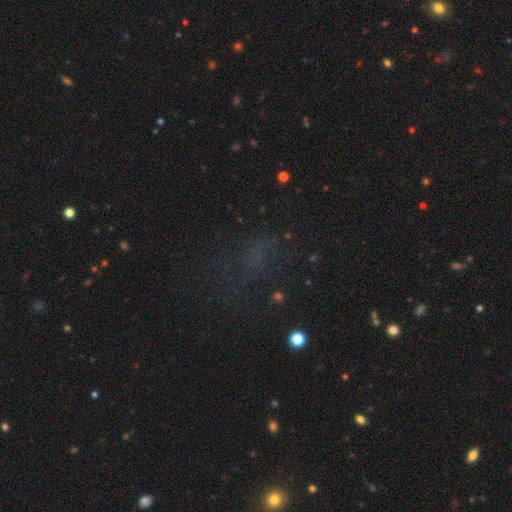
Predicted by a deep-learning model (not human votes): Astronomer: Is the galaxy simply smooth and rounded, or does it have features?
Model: star or artifact — 43% (runner-up: smooth, 36%).